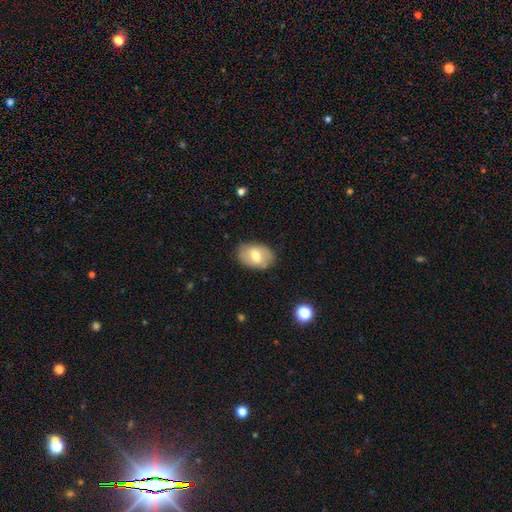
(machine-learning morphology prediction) Smooth or featured? smooth (64%)
How rounded? in between (85%)
Merging? none (81%)